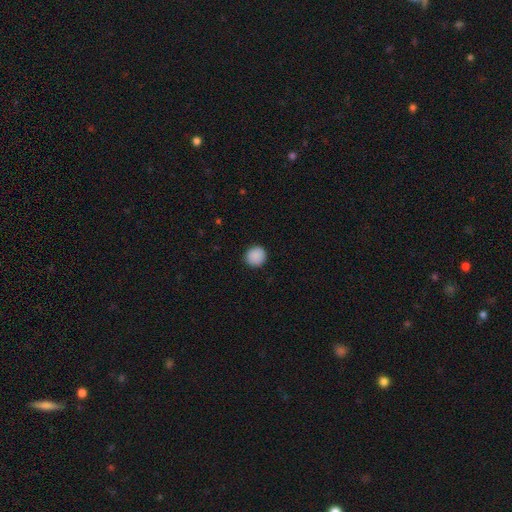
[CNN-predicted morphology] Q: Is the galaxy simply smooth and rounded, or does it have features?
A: smooth — 90%.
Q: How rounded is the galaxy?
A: round — 92%.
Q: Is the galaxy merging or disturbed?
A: none — 91%.